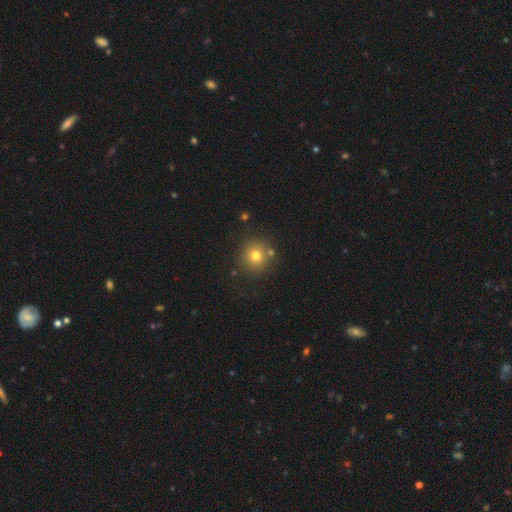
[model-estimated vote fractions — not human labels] Overall: smooth (75%). How rounded: round (92%). Merging: none (81%).